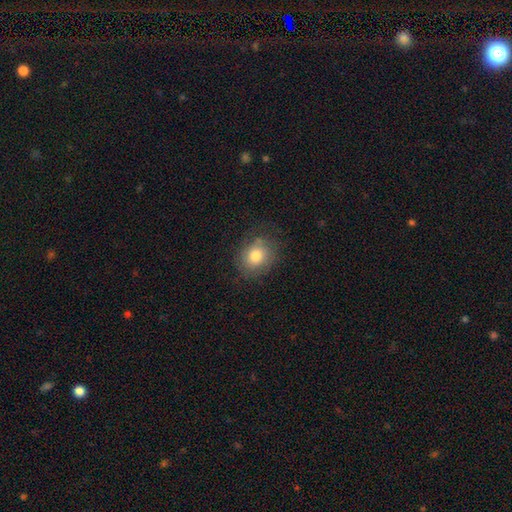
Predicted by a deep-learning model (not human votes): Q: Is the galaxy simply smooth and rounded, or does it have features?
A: smooth — 78%.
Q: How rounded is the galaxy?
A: round — 65%.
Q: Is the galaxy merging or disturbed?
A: none — 75%.